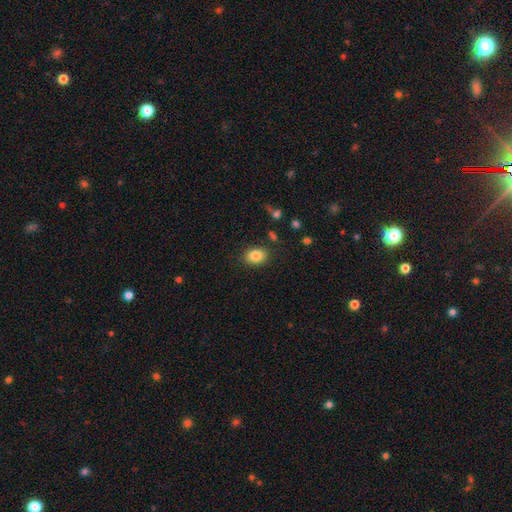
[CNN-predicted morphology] Smooth or featured?
  - smooth: 84% *
  - star or artifact: 9%
  - featured or disk: 7%
How rounded?
  - in between: 68% *
  - round: 31%
  - cigar-shaped: 1%
Merging?
  - none: 86% *
  - minor disturbance: 10%
  - major disturbance: 3%
  - merger: 2%